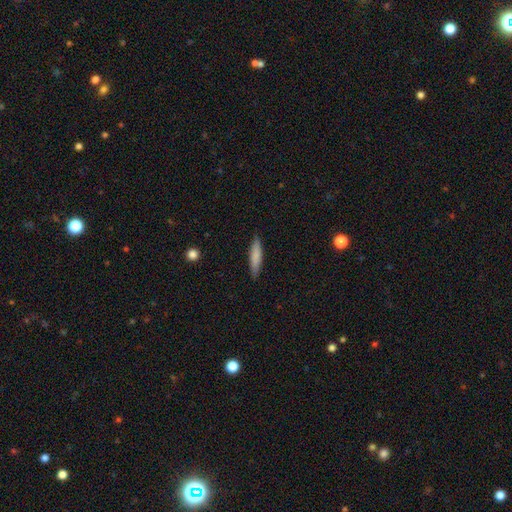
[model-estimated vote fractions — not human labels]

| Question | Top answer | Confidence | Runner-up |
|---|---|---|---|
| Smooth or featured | smooth | 79% | featured or disk (15%) |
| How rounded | cigar-shaped | 80% | in between (18%) |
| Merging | none | 87% | minor disturbance (10%) |